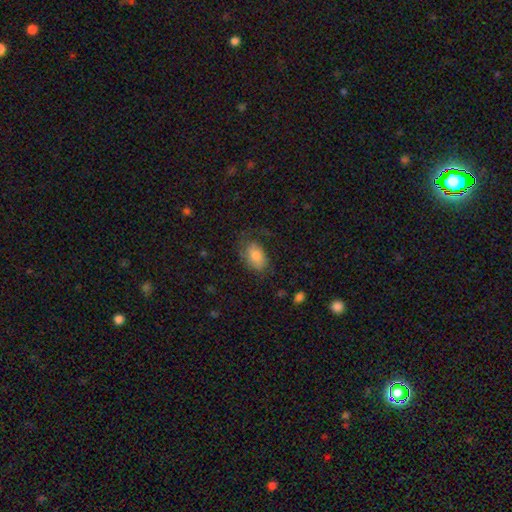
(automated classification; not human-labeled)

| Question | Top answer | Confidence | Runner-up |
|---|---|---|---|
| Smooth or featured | smooth | 76% | featured or disk (16%) |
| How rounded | in between | 88% | round (11%) |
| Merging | none | 57% | minor disturbance (25%) |